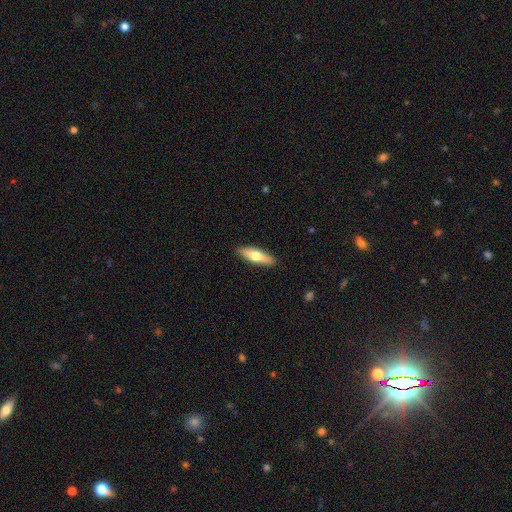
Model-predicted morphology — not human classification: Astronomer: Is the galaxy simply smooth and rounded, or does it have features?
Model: smooth — 60% (runner-up: featured or disk, 35%).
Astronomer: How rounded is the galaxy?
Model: cigar-shaped — 57% (runner-up: in between, 41%).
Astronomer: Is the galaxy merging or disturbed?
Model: none — 89%.